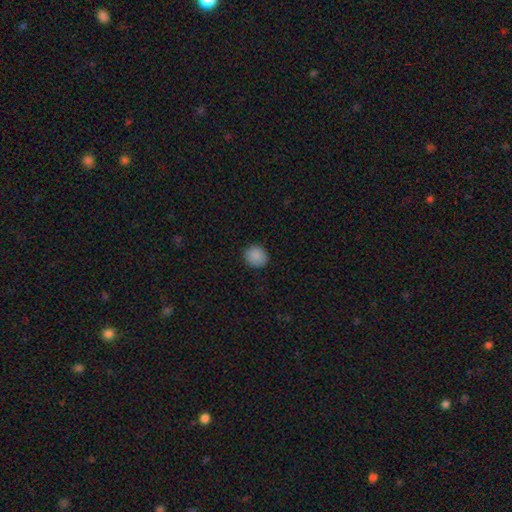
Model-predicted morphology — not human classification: Smooth or featured?
  - smooth: 88% *
  - star or artifact: 9%
  - featured or disk: 3%
How rounded?
  - round: 82% *
  - in between: 17%
  - cigar-shaped: 1%
Merging?
  - none: 90% *
  - minor disturbance: 7%
  - major disturbance: 2%
  - merger: 1%